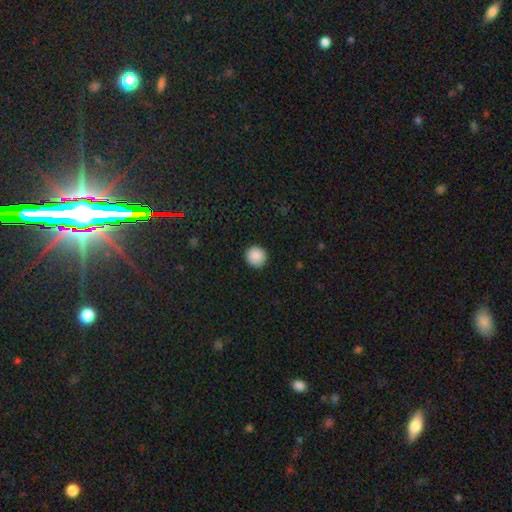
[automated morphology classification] Smooth or featured? Predicted: smooth (p=0.89). How rounded? Predicted: round (p=0.93). Merging? Predicted: none (p=0.91).